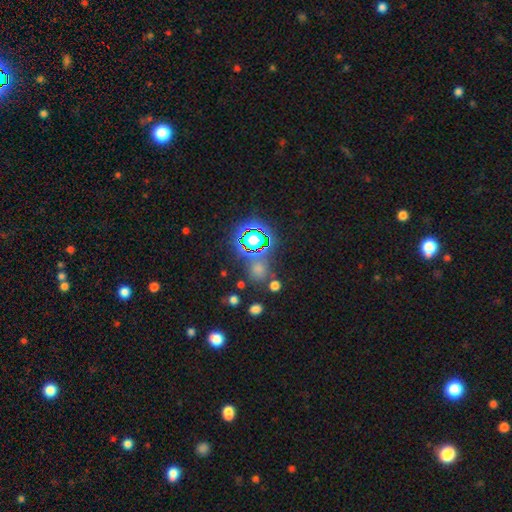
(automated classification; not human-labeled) Smooth or featured? star or artifact (77%)